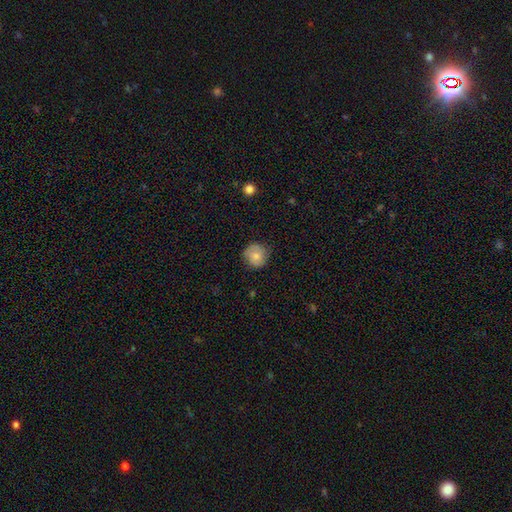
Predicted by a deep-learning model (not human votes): Q: Smooth or featured?
A: smooth (70%); runner-up: featured or disk (23%)
Q: How rounded?
A: round (89%); runner-up: in between (10%)
Q: Merging?
A: none (76%); runner-up: minor disturbance (19%)